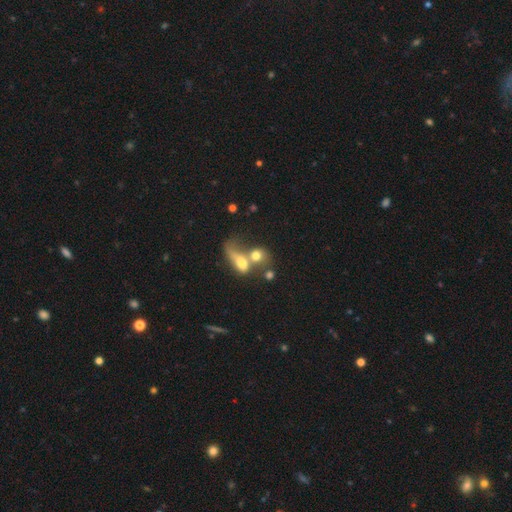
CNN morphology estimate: Q: Smooth or featured?
A: smooth (64%); runner-up: featured or disk (25%)
Q: How rounded?
A: in between (49%); runner-up: round (45%)
Q: Merging?
A: merger (70%); runner-up: major disturbance (14%)